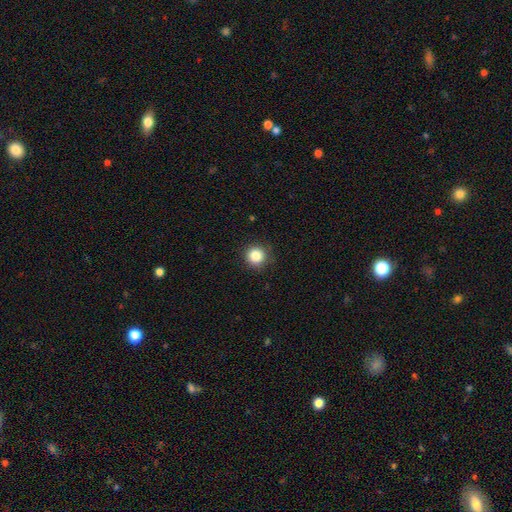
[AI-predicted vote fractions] smooth_or_featured: smooth (p=0.85) [alt: star or artifact p=0.11]
how_rounded: round (p=0.94) [alt: in between p=0.05]
merging: none (p=0.89) [alt: minor disturbance p=0.08]